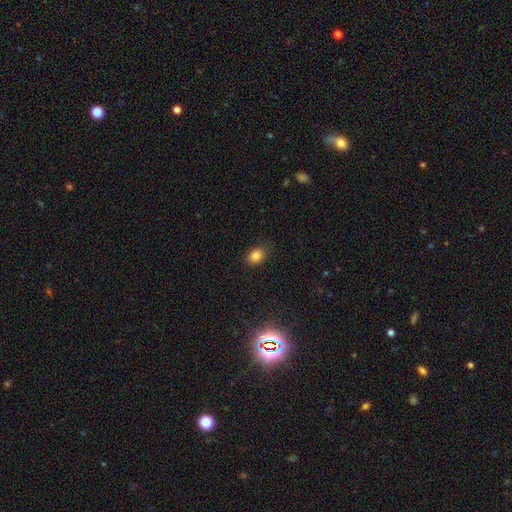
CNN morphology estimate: Smooth or featured?
  - smooth: 83% *
  - star or artifact: 12%
  - featured or disk: 6%
How rounded?
  - in between: 71% *
  - round: 28%
  - cigar-shaped: 1%
Merging?
  - none: 83% *
  - minor disturbance: 13%
  - major disturbance: 3%
  - merger: 1%